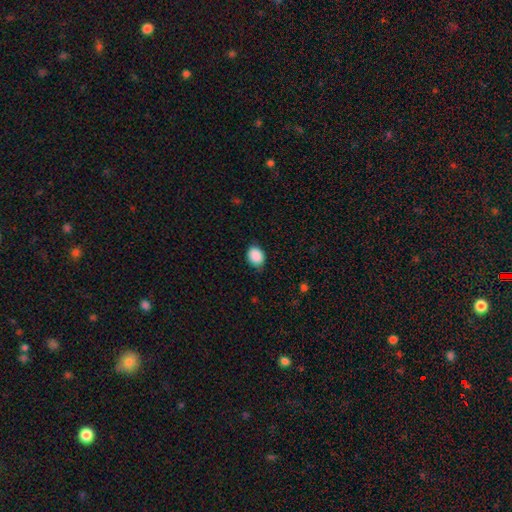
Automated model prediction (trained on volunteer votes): A smooth galaxy with no disk features (90%) that is in between round and cigar-shaped (59%). Merging: none (77%).